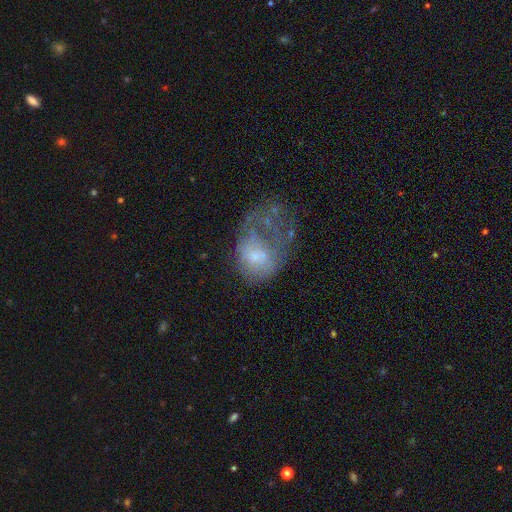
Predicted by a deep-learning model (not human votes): smooth-or-featured: featured or disk: 45% | smooth: 42% | star or artifact: 14%
  merging: major disturbance: 50% | none: 23% | minor disturbance: 18% | merger: 9%